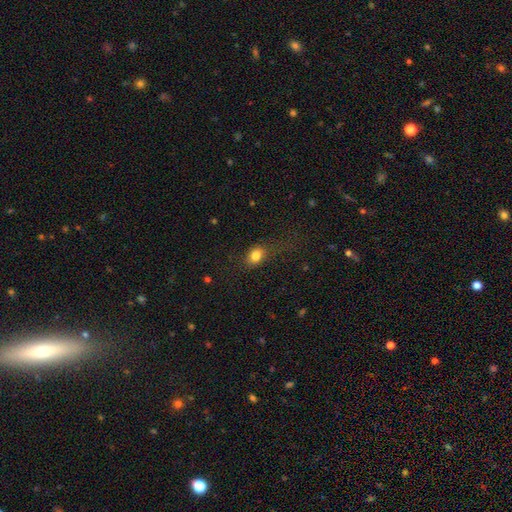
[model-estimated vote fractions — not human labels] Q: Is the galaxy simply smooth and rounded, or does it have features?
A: smooth — 82%.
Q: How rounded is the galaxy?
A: in between — 68%.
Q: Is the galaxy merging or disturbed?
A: none — 61%.